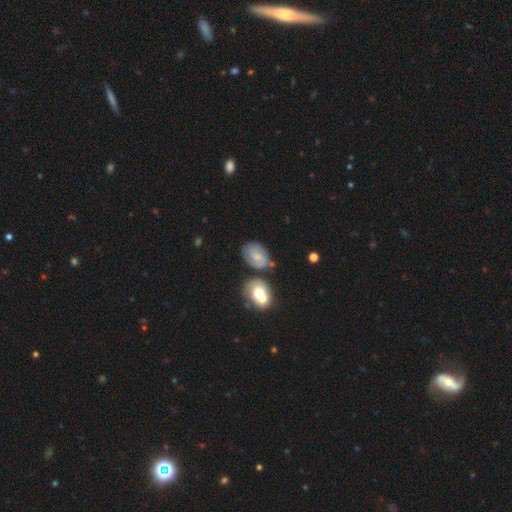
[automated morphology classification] smooth-or-featured: featured or disk: 55% | smooth: 36% | star or artifact: 8%
  disk-edge-on: no: 97% | yes: 3%
    bar: no: 58% | weak: 36% | strong: 6%
    has-spiral-arms: yes: 83% | no: 17%
    bulge-size: small: 54% | moderate: 33% | none: 9% | large: 3% | dominant: 1%
  merging: none: 58% | minor disturbance: 21% | merger: 13% | major disturbance: 7%